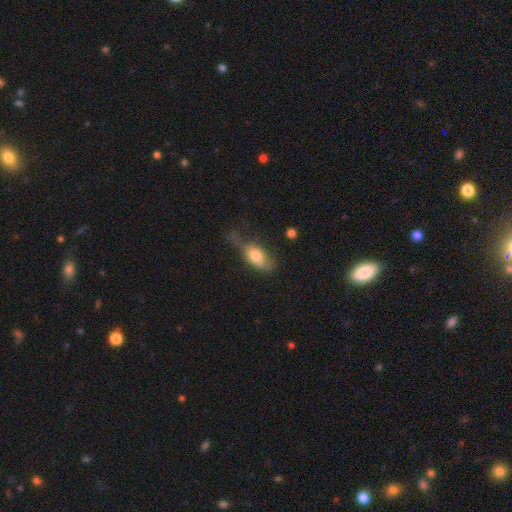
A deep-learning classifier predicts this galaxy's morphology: Overall: smooth (69%). How rounded: in between (84%). Merging: minor disturbance (34%; major disturbance 32%).